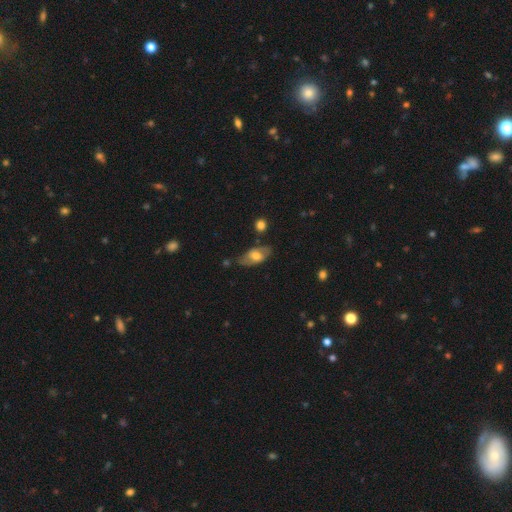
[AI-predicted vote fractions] Overall: smooth (49%; featured or disk 44%). Merging: none (65%).